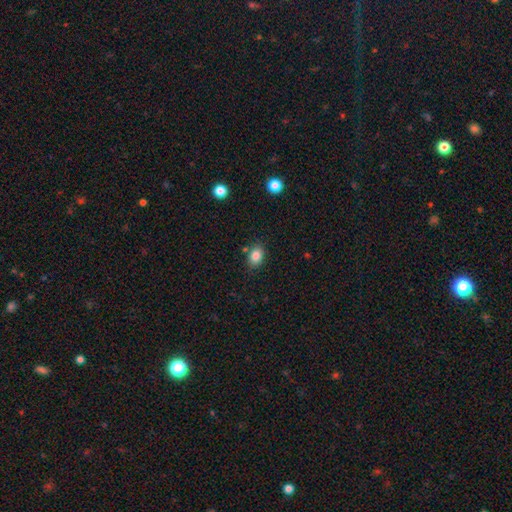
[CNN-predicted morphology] smooth_or_featured: smooth (p=0.85) [alt: star or artifact p=0.10]
how_rounded: in between (p=0.70) [alt: round p=0.29]
merging: none (p=0.79) [alt: minor disturbance p=0.13]